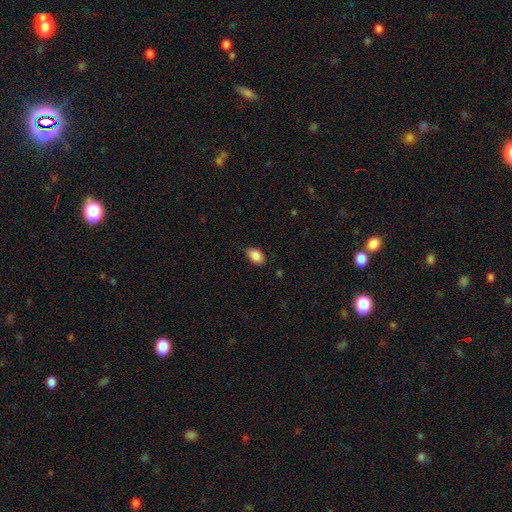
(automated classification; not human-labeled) A smooth galaxy with no disk features (88%) that is in between round and cigar-shaped (86%).

Vote fractions:
- Smooth or featured? smooth: 88% / star or artifact: 8% / featured or disk: 5%
- How rounded? in between: 86% / round: 13% / cigar-shaped: 1%
- Merging? none: 80% / minor disturbance: 16% / major disturbance: 3% / merger: 1%